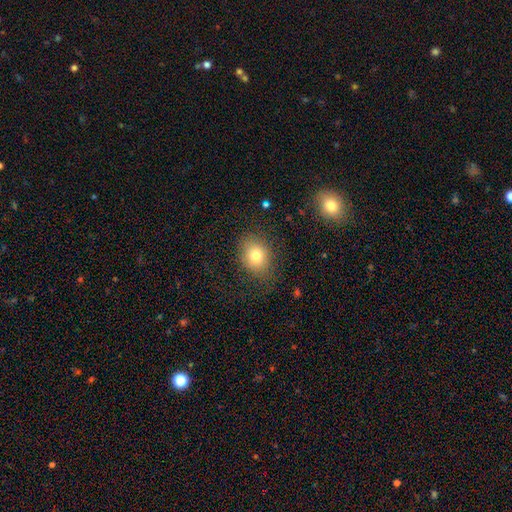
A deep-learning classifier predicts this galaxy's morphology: This is likely a smooth galaxy (77%). How rounded: possibly in between (54%). Merging: likely none (78%).